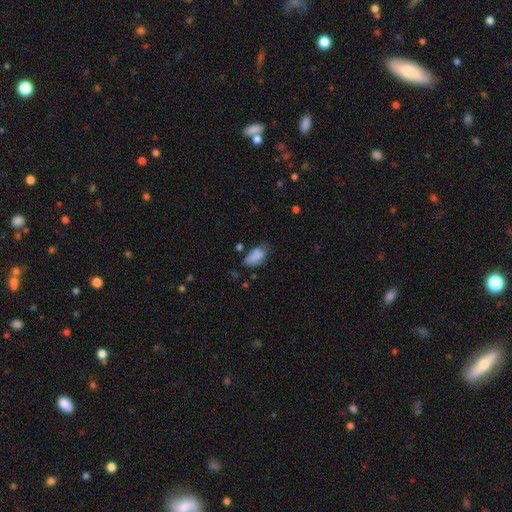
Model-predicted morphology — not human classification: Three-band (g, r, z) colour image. It shows a smooth galaxy with no disk features (80%) that is in between round and cigar-shaped (90%). Merging: none (42%).